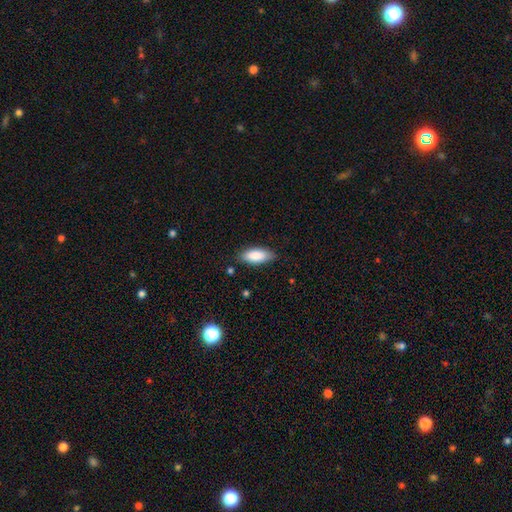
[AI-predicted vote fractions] Q: Smooth or featured?
A: smooth (86%); runner-up: featured or disk (8%)
Q: How rounded?
A: in between (85%); runner-up: cigar-shaped (13%)
Q: Merging?
A: none (81%); runner-up: minor disturbance (14%)